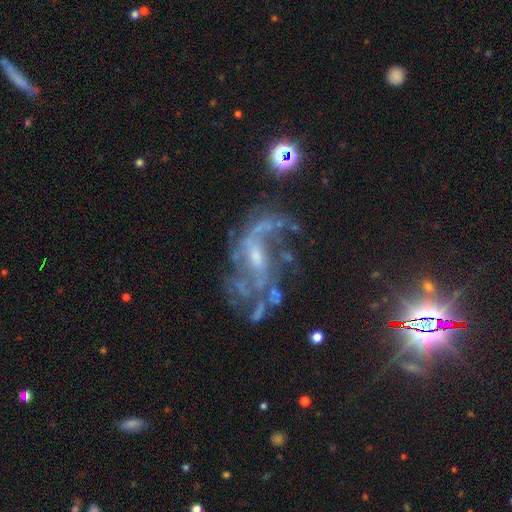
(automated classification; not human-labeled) The model was most divided on "bar": weak: 46%, no: 38%, strong: 16%. Remaining: edge-on disk — no (96%); spiral arms — yes (83%); smooth or featured — featured or disk (82%); spiral winding — loose (55%); bulge size — small (54%); merging — none (45%); spiral arm count — 2 (43%).